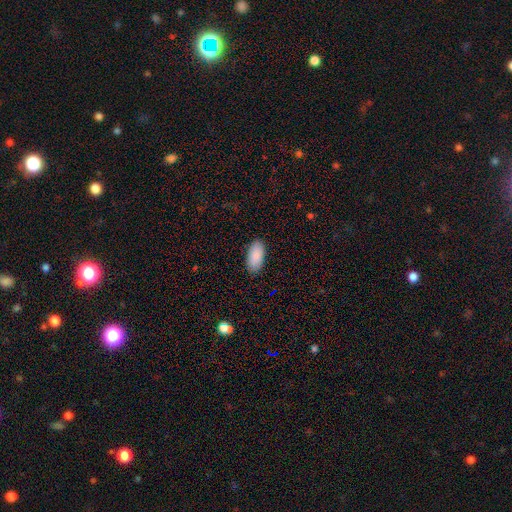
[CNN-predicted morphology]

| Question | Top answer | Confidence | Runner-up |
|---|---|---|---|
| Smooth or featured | smooth | 90% | star or artifact (6%) |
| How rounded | in between | 94% | cigar-shaped (4%) |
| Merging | none | 88% | minor disturbance (9%) |